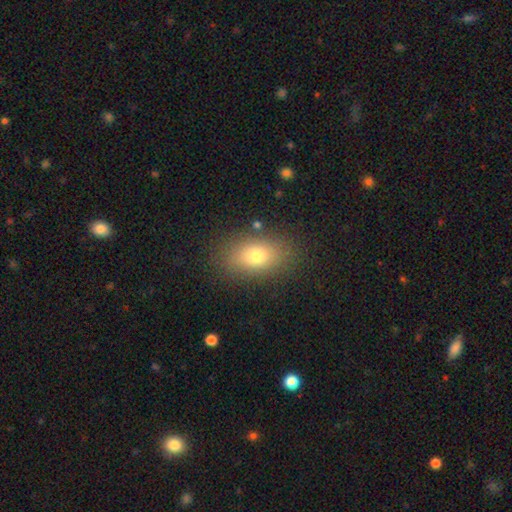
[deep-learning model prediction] Overall: smooth (77%). How rounded: in between (86%). Merging: none (84%).